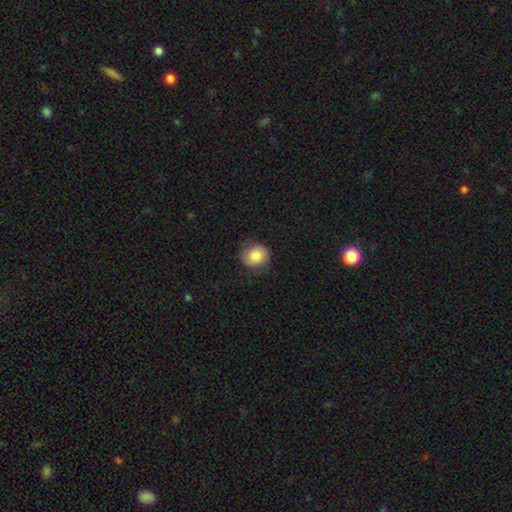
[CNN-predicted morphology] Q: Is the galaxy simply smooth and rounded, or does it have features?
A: smooth — 81%.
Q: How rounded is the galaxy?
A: round — 82%.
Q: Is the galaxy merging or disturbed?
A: none — 77%.